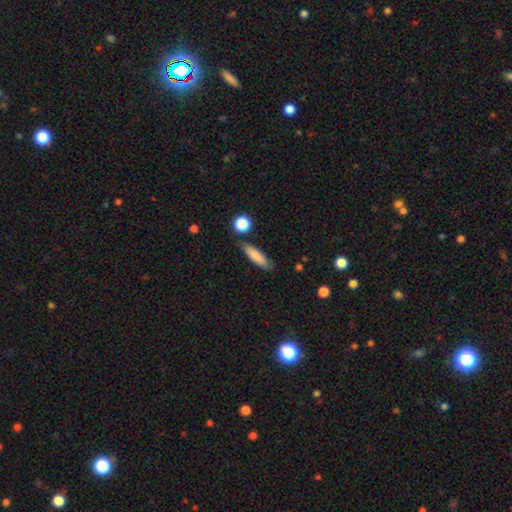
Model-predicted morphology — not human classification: Smooth or featured?
  - smooth: 82% *
  - featured or disk: 11%
  - star or artifact: 7%
How rounded?
  - cigar-shaped: 65% *
  - in between: 33%
  - round: 2%
Merging?
  - none: 81% *
  - minor disturbance: 12%
  - merger: 4%
  - major disturbance: 3%